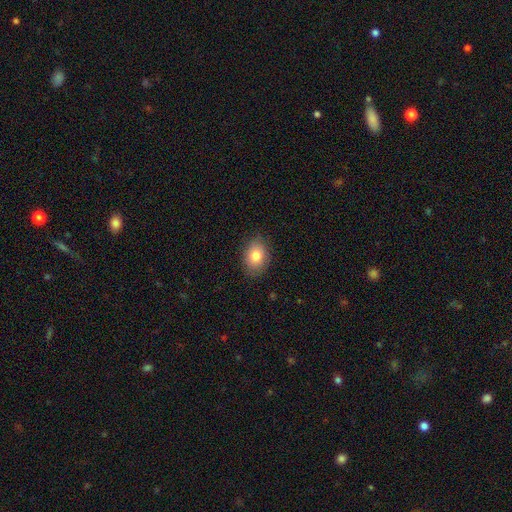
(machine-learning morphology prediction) This is clearly a smooth galaxy (82%). How rounded: likely in between (73%). Merging: clearly none (84%).